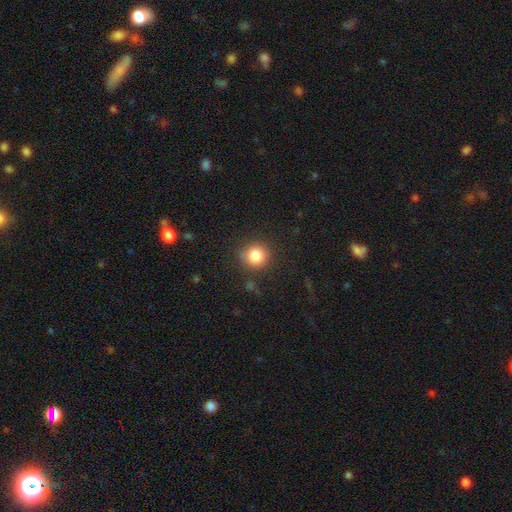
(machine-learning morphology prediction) type=smooth (83%); roundness=round (91%); merging=none (83%).